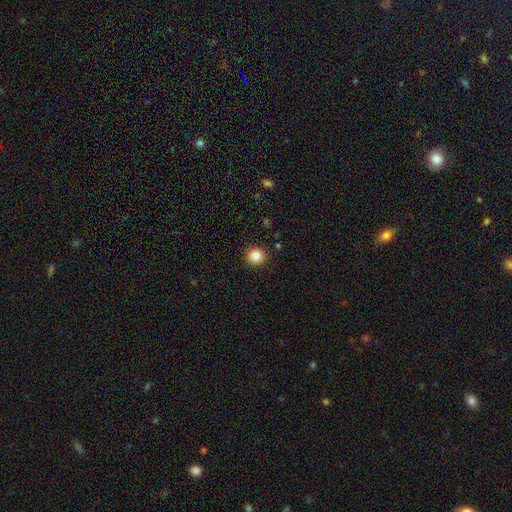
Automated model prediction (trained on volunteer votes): Smooth or featured: smooth — 86% (star or artifact — 10%)
How rounded: round — 93% (in between — 6%)
Merging: none — 90% (minor disturbance — 6%)